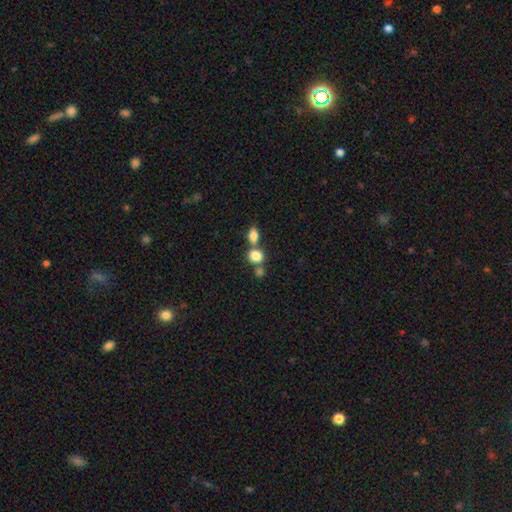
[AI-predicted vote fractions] The model was most divided on "merging": none: 44%, merger: 42%, minor disturbance: 9%, major disturbance: 4%. More confident: smooth or featured — smooth (82%); how rounded — round (56%).